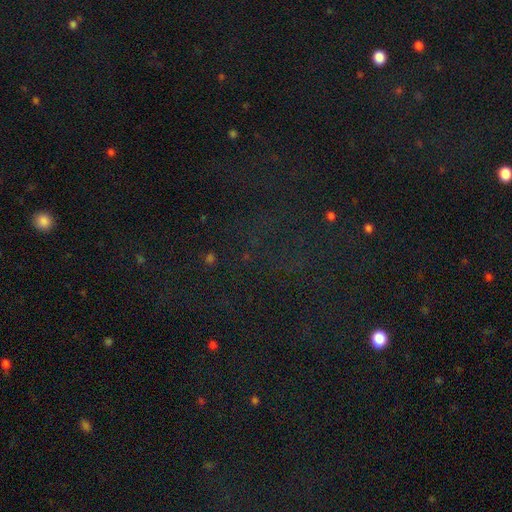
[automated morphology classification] Q: Smooth or featured?
A: star or artifact (72%); runner-up: smooth (17%)